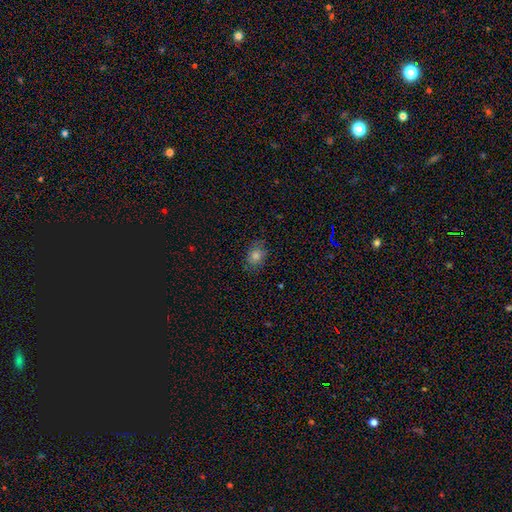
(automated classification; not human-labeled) Q: Smooth or featured?
A: smooth (71%); runner-up: star or artifact (18%)
Q: How rounded?
A: in between (51%); runner-up: round (48%)
Q: Merging?
A: none (82%); runner-up: minor disturbance (14%)